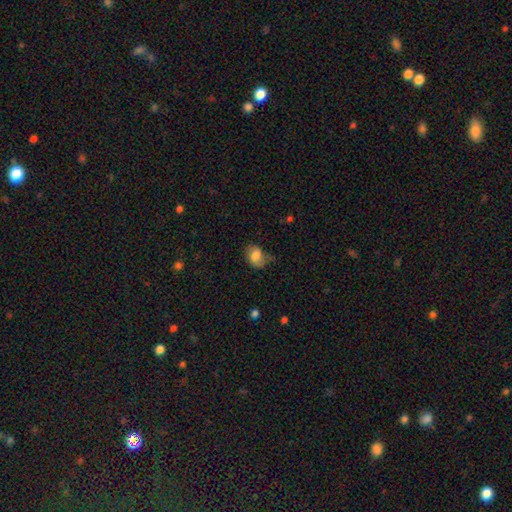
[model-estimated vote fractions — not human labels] The model was most divided on "merging": none: 48%, minor disturbance: 33%, major disturbance: 16%, merger: 3%. More confident: smooth or featured — smooth (76%); how rounded — in between (65%).